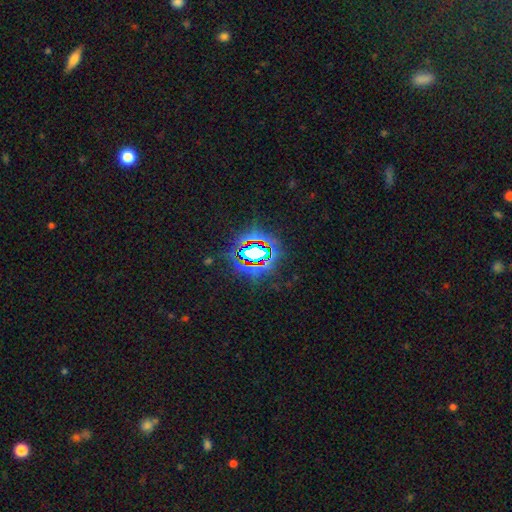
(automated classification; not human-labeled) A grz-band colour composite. It shows a star or artifact, not a galaxy (75%).